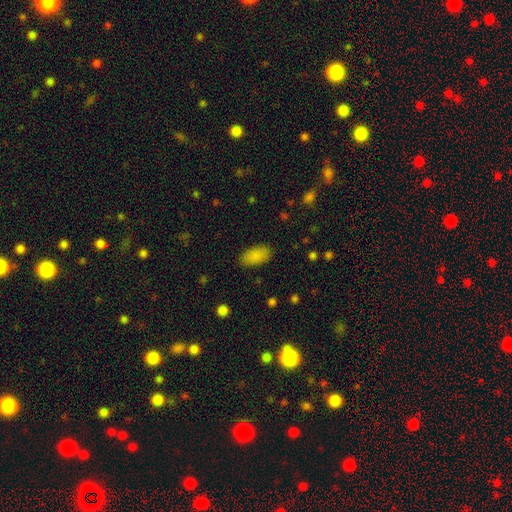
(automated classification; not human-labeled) smooth 88%, star or artifact 8%, featured or disk 4%. Down the decision tree: how rounded — in between (93%); merging — none (86%).